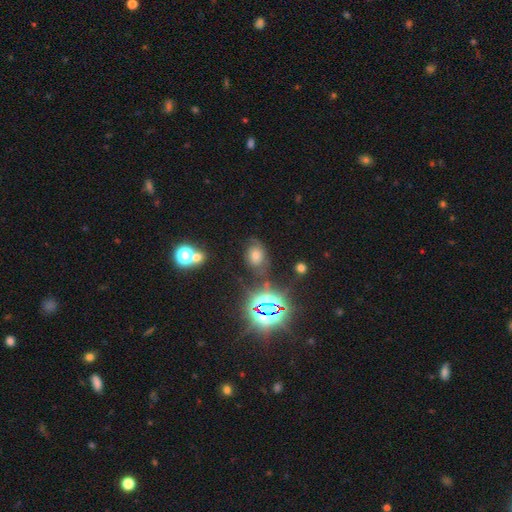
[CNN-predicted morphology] A smooth galaxy with no disk features (47%).

Vote fractions:
- Smooth or featured? smooth: 47% / star or artifact: 34% / featured or disk: 19%
- Merging? none: 64% / minor disturbance: 21% / major disturbance: 9% / merger: 6%